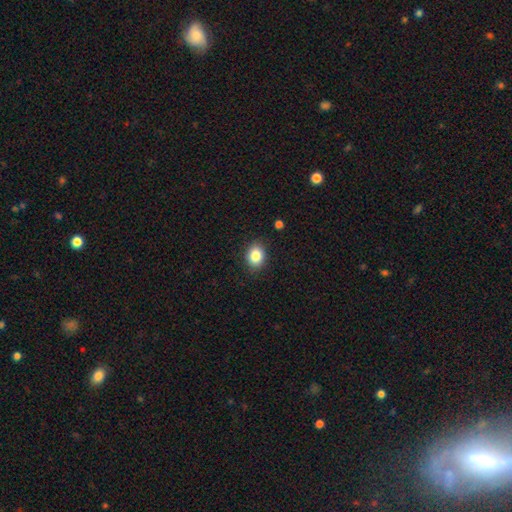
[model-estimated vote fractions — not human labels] smooth-or-featured: smooth: 85% | star or artifact: 9% | featured or disk: 6%
  how-rounded: in between: 58% | round: 41% | cigar-shaped: 1%
  merging: none: 87% | minor disturbance: 9% | major disturbance: 2% | merger: 1%